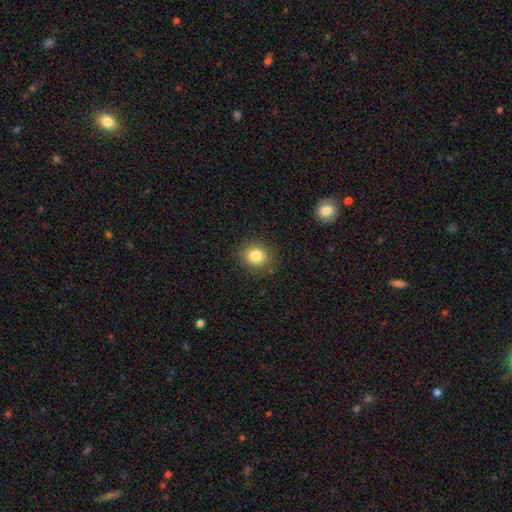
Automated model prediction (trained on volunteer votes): smooth 83%, star or artifact 11%, featured or disk 6%. Down the decision tree: how rounded — round (79%); merging — none (88%).